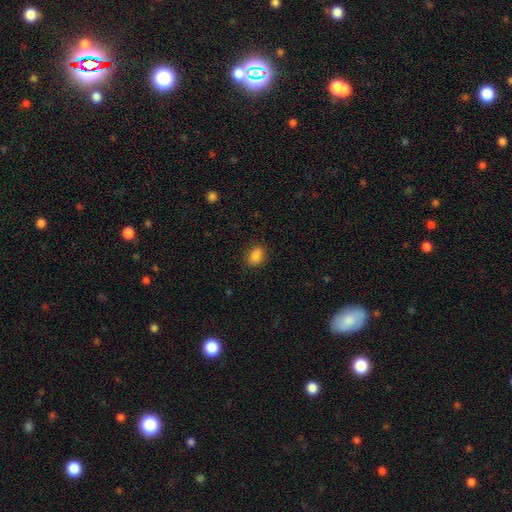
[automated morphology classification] A smooth galaxy with no disk features (86%) that is in between round and cigar-shaped (74%).

Vote fractions:
- Smooth or featured? smooth: 86% / star or artifact: 10% / featured or disk: 4%
- How rounded? in between: 74% / round: 24% / cigar-shaped: 2%
- Merging? none: 82% / minor disturbance: 14% / major disturbance: 3% / merger: 1%